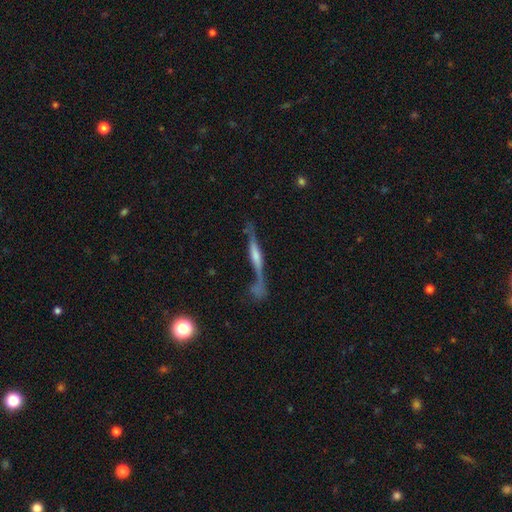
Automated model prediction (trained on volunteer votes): Q: Smooth or featured?
A: featured or disk (63%); runner-up: smooth (30%)
Q: Edge-on disk?
A: yes (88%); runner-up: no (12%)
Q: Edge-on bulge?
A: rounded (45%); runner-up: boxy (37%)
Q: Merging?
A: none (51%); runner-up: minor disturbance (21%)